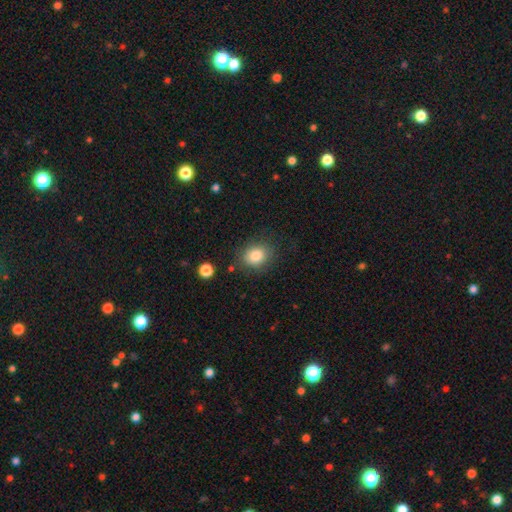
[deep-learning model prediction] A smooth galaxy with no disk features (83%) that is round (55%). Merging: none (81%).